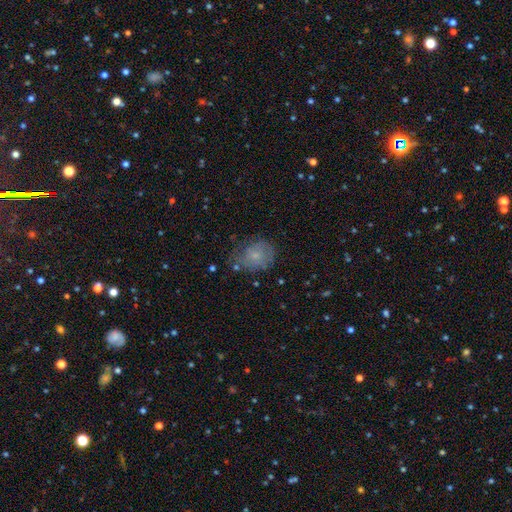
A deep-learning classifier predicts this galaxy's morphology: This is likely a smooth galaxy (62%). How rounded: possibly round (55%). Merging: possibly none (54%).